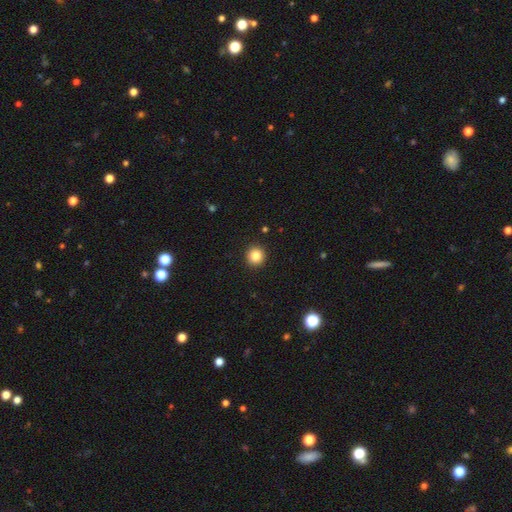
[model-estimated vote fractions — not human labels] Q: Smooth or featured?
A: smooth (84%); runner-up: star or artifact (10%)
Q: How rounded?
A: round (94%); runner-up: in between (5%)
Q: Merging?
A: none (93%); runner-up: minor disturbance (4%)